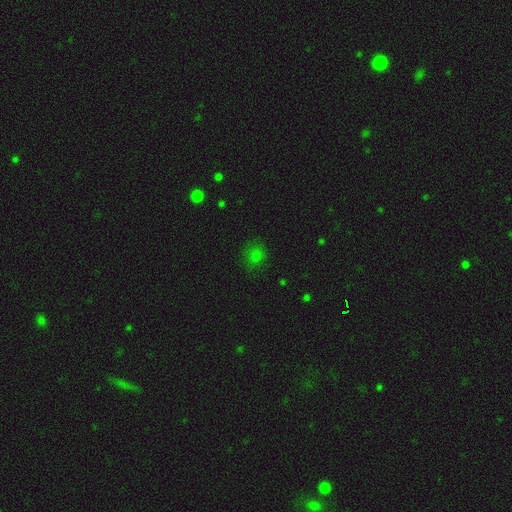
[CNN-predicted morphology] A smooth galaxy with no disk features (70%) that is round (72%).

Vote fractions:
- Smooth or featured? smooth: 70% / star or artifact: 24% / featured or disk: 6%
- How rounded? round: 72% / in between: 26% / cigar-shaped: 1%
- Merging? none: 80% / minor disturbance: 14% / major disturbance: 5% / merger: 2%